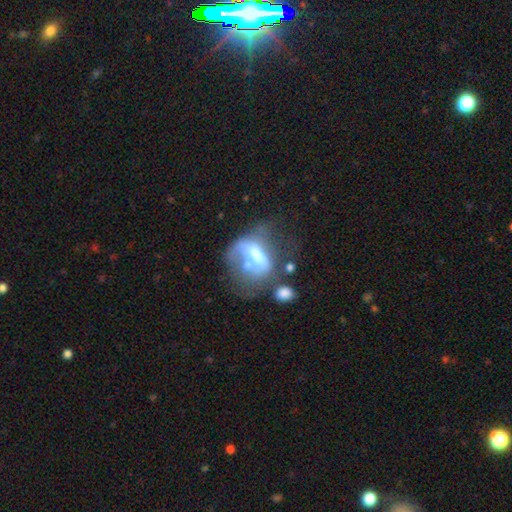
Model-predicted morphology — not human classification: Smooth or featured? featured or disk (49%)
Merging? major disturbance (36%)